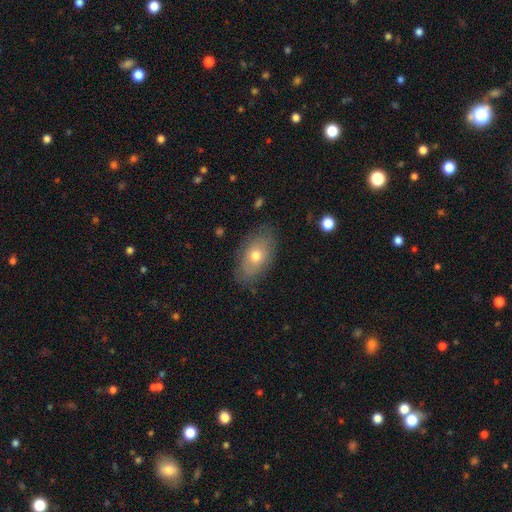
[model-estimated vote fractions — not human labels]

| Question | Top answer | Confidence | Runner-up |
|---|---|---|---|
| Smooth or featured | smooth | 60% | featured or disk (31%) |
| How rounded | in between | 90% | round (8%) |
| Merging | none | 81% | minor disturbance (15%) |